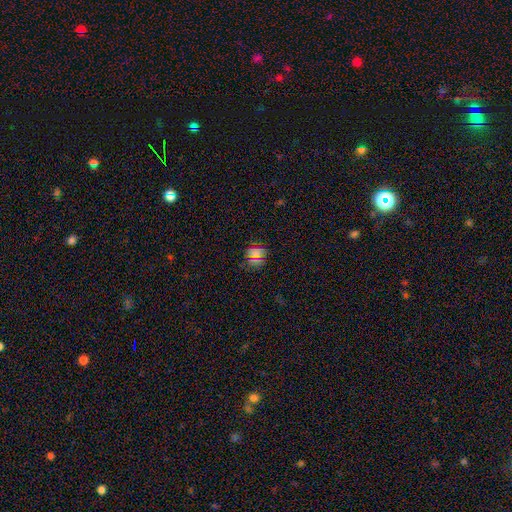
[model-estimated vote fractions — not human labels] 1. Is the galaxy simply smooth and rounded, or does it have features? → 60% smooth, 32% star or artifact, 9% featured or disk.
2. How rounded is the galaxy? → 74% round, 23% in between, 3% cigar-shaped.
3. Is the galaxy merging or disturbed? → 79% none, 13% minor disturbance, 5% major disturbance, 3% merger.